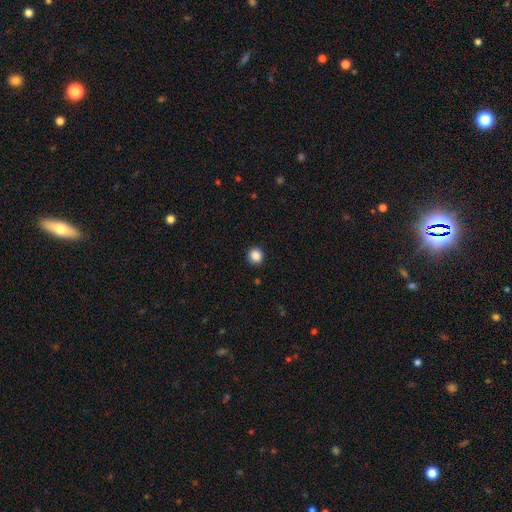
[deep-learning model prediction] Smooth or featured: smooth — 87% (star or artifact — 10%)
How rounded: round — 90% (in between — 9%)
Merging: none — 92% (minor disturbance — 5%)